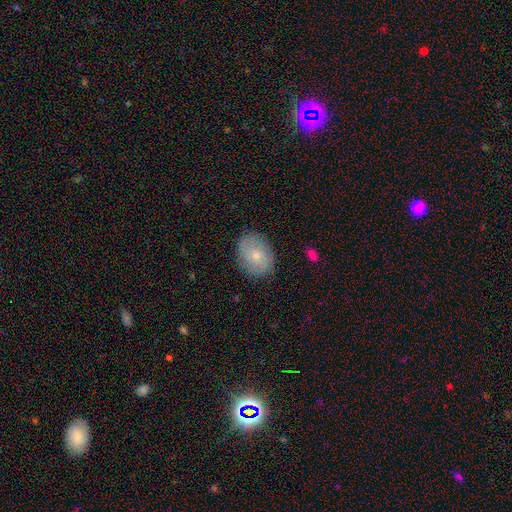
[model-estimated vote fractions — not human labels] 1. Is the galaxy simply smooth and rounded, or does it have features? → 59% smooth, 34% featured or disk, 7% star or artifact.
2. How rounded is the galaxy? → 62% in between, 37% round, 1% cigar-shaped.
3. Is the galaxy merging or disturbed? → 83% none, 13% minor disturbance, 3% major disturbance, 1% merger.